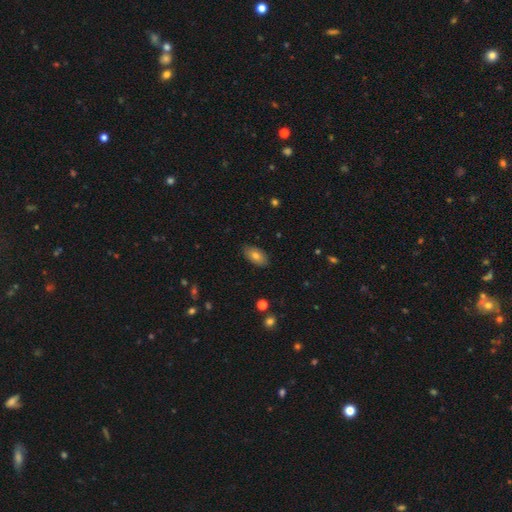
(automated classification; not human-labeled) Morphology: type=smooth (76%); roundness=in between (93%); merging=none (85%).